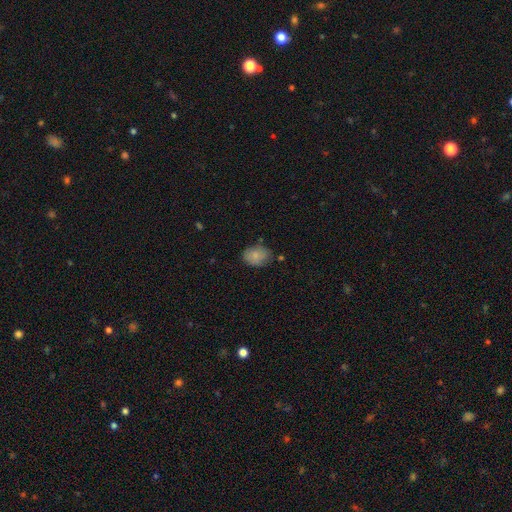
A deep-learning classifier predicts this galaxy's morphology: smooth_or_featured: smooth (p=0.81) [alt: featured or disk p=0.11]
how_rounded: in between (p=0.69) [alt: round p=0.30]
merging: none (p=0.70) [alt: minor disturbance p=0.22]